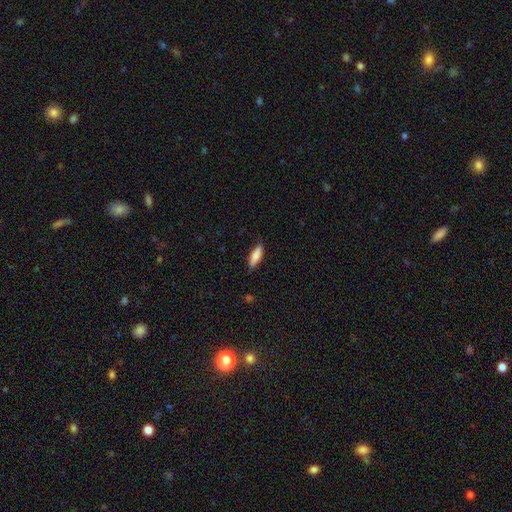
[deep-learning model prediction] A smooth galaxy with no disk features (86%) that is in between round and cigar-shaped (57%). Merging: none (83%).